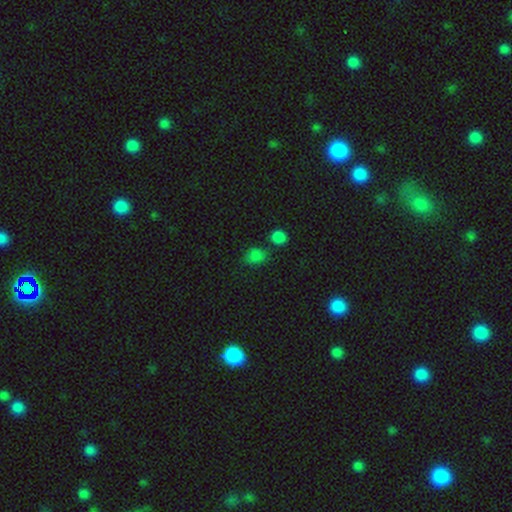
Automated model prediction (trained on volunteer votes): Morphology: type=smooth (76%); roundness=in between (57%); merging=none (62%).